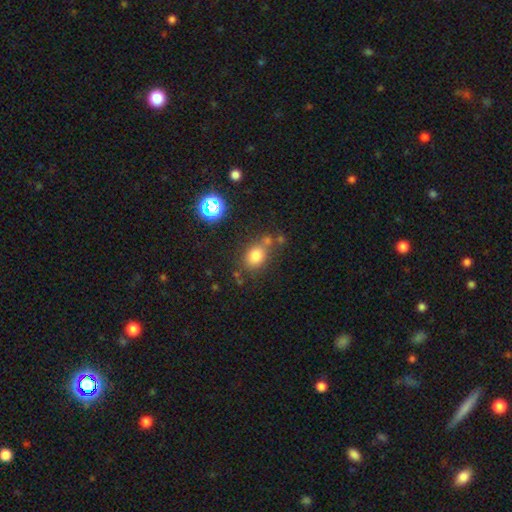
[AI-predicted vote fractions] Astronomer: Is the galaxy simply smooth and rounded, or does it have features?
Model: smooth — 77%.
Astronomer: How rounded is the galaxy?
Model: in between — 54% (runner-up: round, 45%).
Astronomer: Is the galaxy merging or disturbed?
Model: none — 62%.